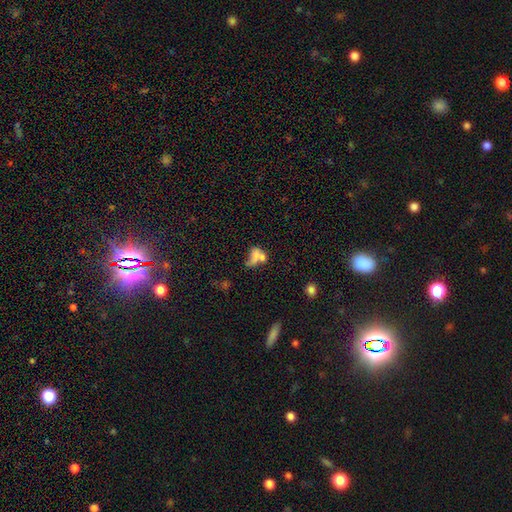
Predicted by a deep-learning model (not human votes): smooth-or-featured: smooth: 62% | featured or disk: 25% | star or artifact: 13%
  how-rounded: in between: 67% | round: 25% | cigar-shaped: 8%
  merging: merger: 55% | none: 21% | major disturbance: 13% | minor disturbance: 11%